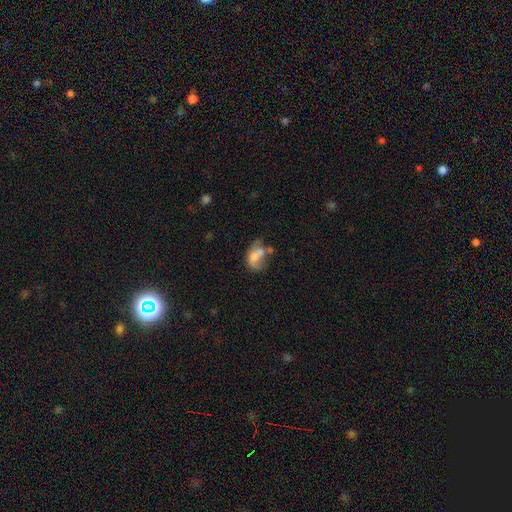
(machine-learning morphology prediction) smooth_or_featured: smooth (p=0.57) [alt: featured or disk p=0.32]
how_rounded: in between (p=0.81) [alt: round p=0.17]
merging: major disturbance (p=0.28) [alt: merger p=0.27]